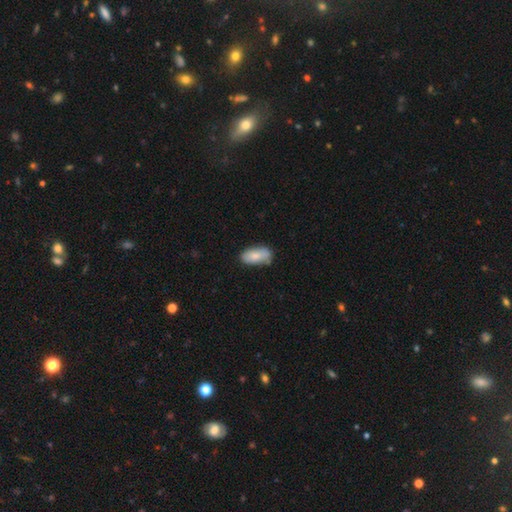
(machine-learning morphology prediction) This is clearly a smooth galaxy (80%). How rounded: clearly in between (92%). Merging: likely none (68%).